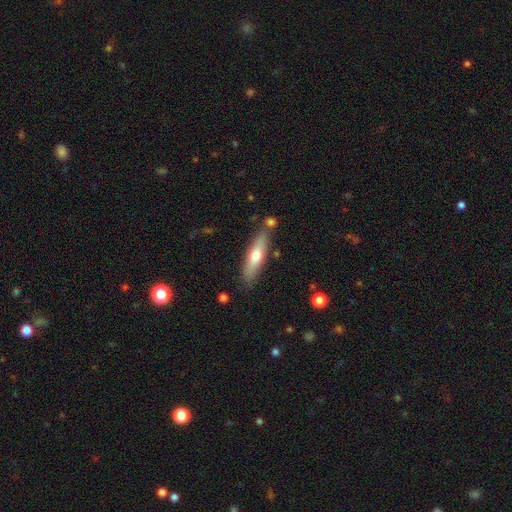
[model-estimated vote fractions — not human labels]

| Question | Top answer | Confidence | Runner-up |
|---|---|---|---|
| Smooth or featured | smooth | 59% | featured or disk (35%) |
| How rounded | cigar-shaped | 73% | in between (25%) |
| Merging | none | 80% | minor disturbance (12%) |